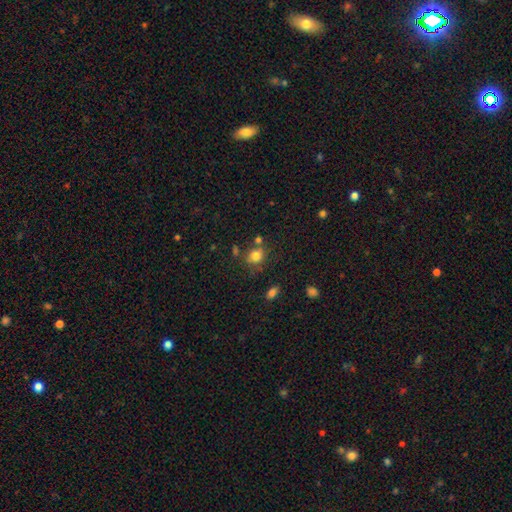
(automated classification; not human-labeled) smooth-or-featured: smooth: 79% | star or artifact: 12% | featured or disk: 9%
  how-rounded: round: 62% | in between: 36% | cigar-shaped: 1%
  merging: none: 64% | minor disturbance: 16% | merger: 14% | major disturbance: 6%